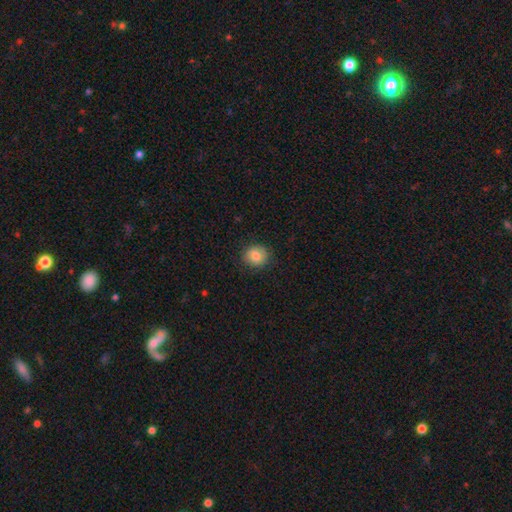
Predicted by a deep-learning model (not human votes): A smooth galaxy with no disk features (83%) that is round (81%). Merging: none (88%).